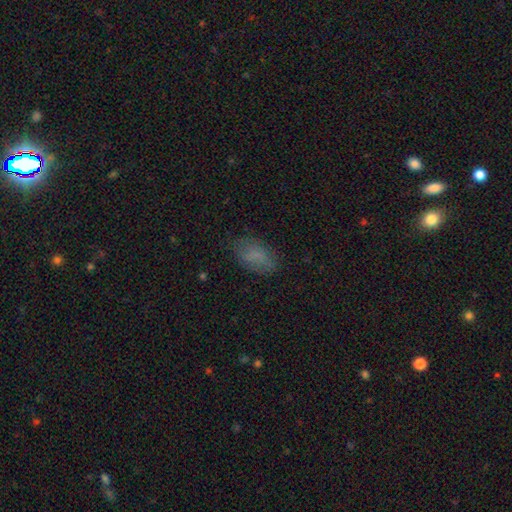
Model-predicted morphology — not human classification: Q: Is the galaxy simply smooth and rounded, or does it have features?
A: smooth — 76%.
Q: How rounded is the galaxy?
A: in between — 90%.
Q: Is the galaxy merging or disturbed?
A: none — 72%.